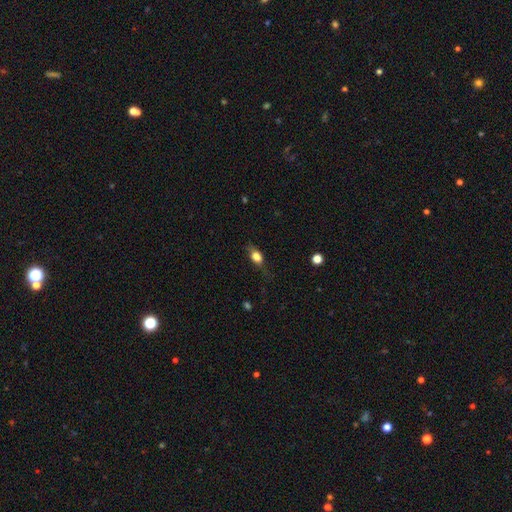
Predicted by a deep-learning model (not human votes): Smooth or featured: smooth — 71% (featured or disk — 19%)
How rounded: in between — 69% (round — 19%)
Merging: none — 63% (minor disturbance — 25%)